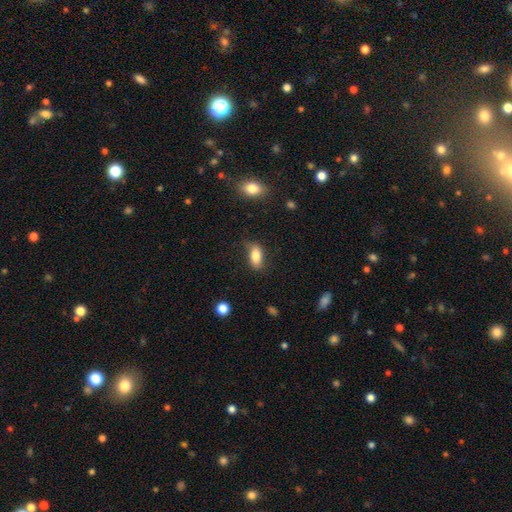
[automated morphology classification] A smooth galaxy with no disk features (81%) that is in between round and cigar-shaped (86%). Merging: none (70%).